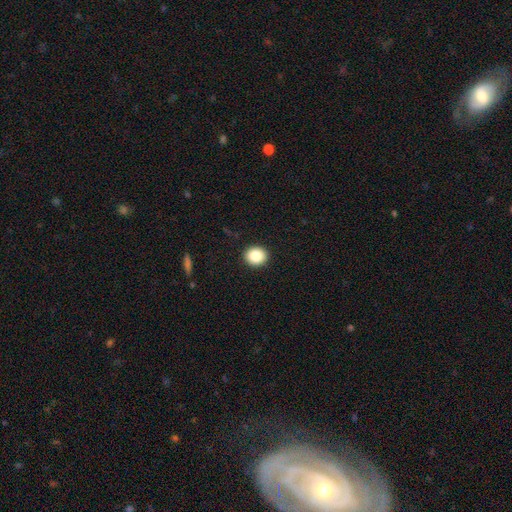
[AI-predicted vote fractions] smooth_or_featured: smooth (p=0.86) [alt: star or artifact p=0.09]
how_rounded: round (p=0.74) [alt: in between p=0.25]
merging: none (p=0.92) [alt: minor disturbance p=0.05]